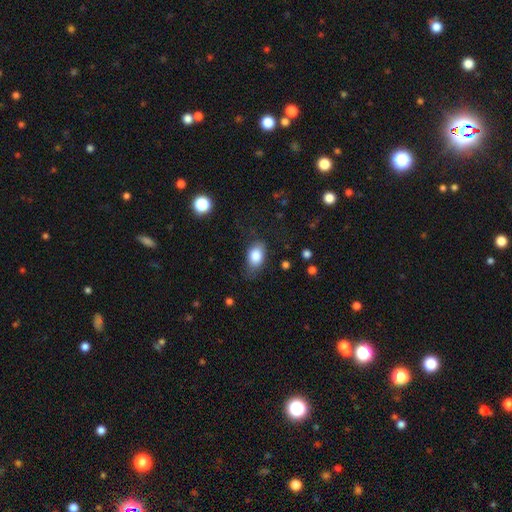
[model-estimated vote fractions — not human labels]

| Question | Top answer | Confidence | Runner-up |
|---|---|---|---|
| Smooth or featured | smooth | 83% | featured or disk (9%) |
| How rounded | in between | 87% | round (11%) |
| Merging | none | 68% | minor disturbance (23%) |